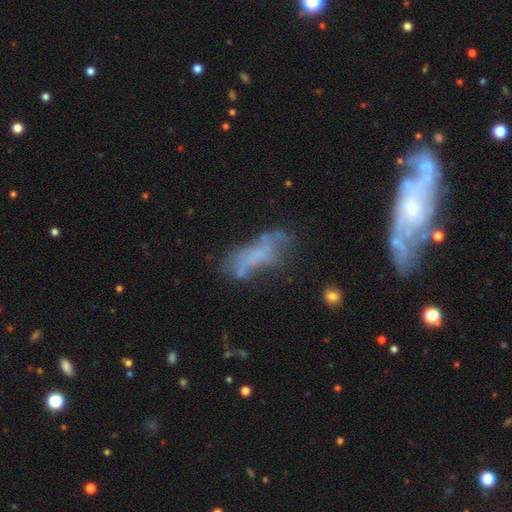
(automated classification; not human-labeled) Morphology: type=featured or disk (43%); merging=none (39%).